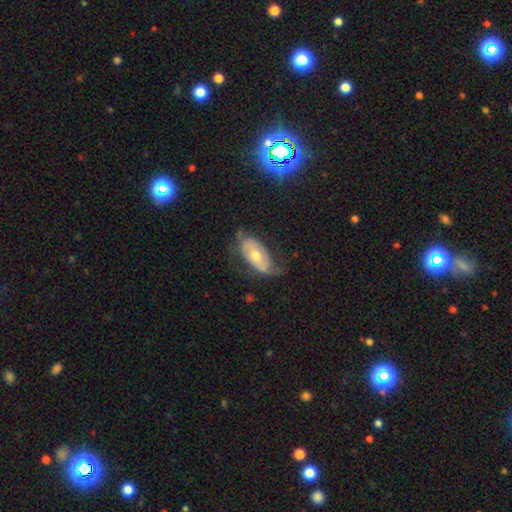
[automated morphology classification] Smooth or featured: featured or disk — 59% (smooth — 34%)
Edge-on disk: no — 89% (yes — 11%)
Bar: no — 61% (weak — 28%)
Spiral arms: yes — 68% (no — 32%)
Bulge size: moderate — 71% (small — 19%)
Merging: none — 55% (minor disturbance — 26%)